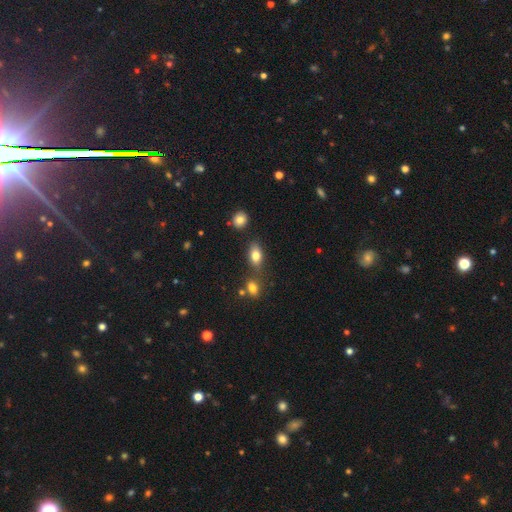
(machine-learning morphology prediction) Smooth or featured? smooth (77%)
How rounded? in between (83%)
Merging? none (64%)